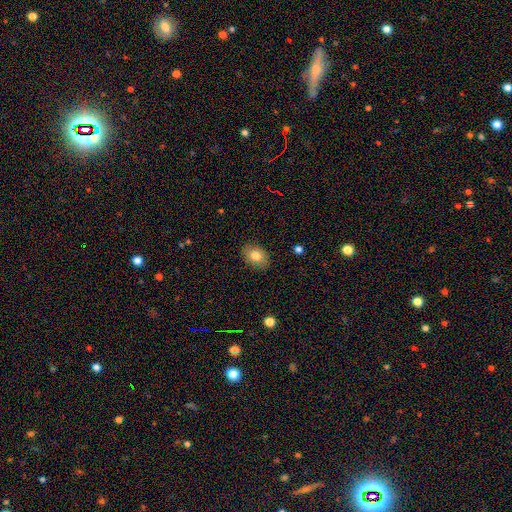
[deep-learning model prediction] The model was most divided on "how rounded": in between: 73%, round: 26%, cigar-shaped: 1%. More confident: merging — none (86%); smooth or featured — smooth (81%).